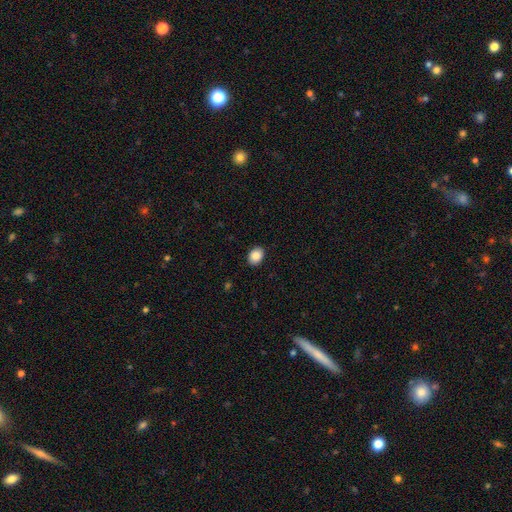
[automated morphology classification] Smooth or featured? smooth (88%)
How rounded? in between (68%)
Merging? none (89%)